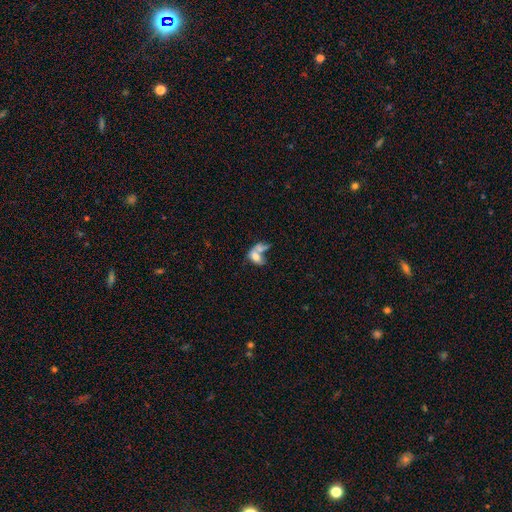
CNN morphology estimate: A smooth galaxy with no disk features (62%) that is in between round and cigar-shaped (81%).

Vote fractions:
- Smooth or featured? smooth: 62% / featured or disk: 28% / star or artifact: 10%
- How rounded? in between: 81% / round: 14% / cigar-shaped: 4%
- Merging? merger: 60% / none: 16% / major disturbance: 15% / minor disturbance: 9%